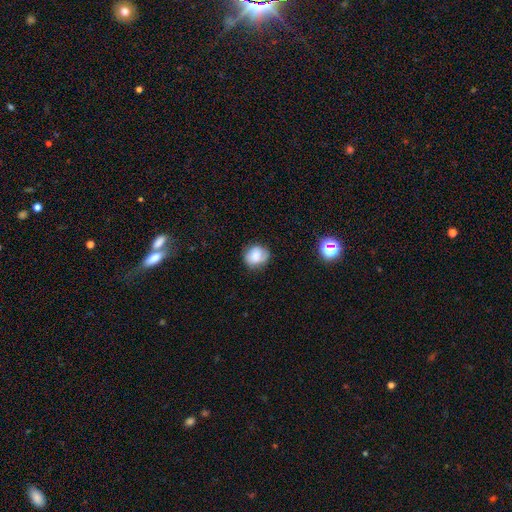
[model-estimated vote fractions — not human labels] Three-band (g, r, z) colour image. It shows a smooth galaxy with no disk features (74%) that is round (72%). Merging: none (68%).